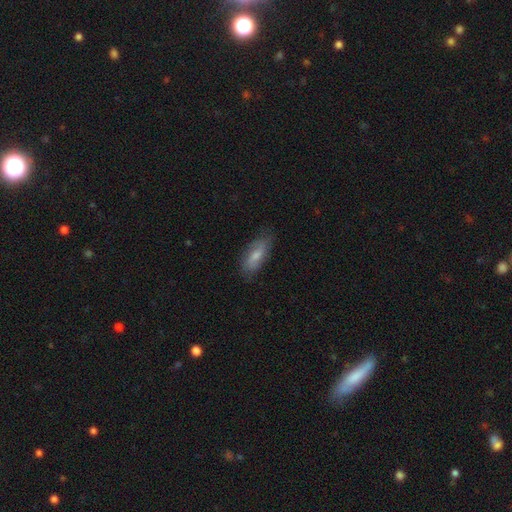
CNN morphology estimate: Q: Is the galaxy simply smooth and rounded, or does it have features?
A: smooth — 60%.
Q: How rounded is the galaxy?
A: in between — 76%.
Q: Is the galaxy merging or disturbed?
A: none — 75%.